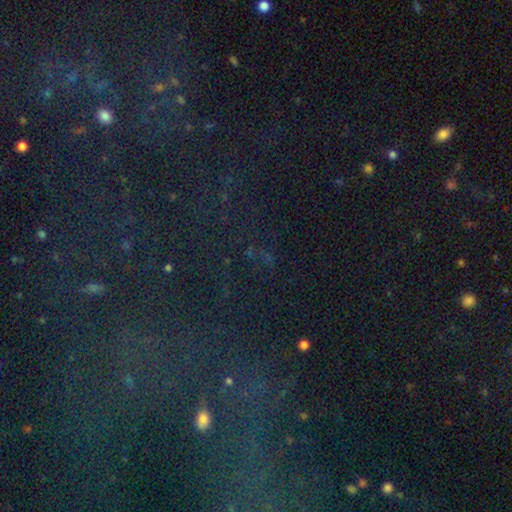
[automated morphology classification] type=star or artifact (77%).